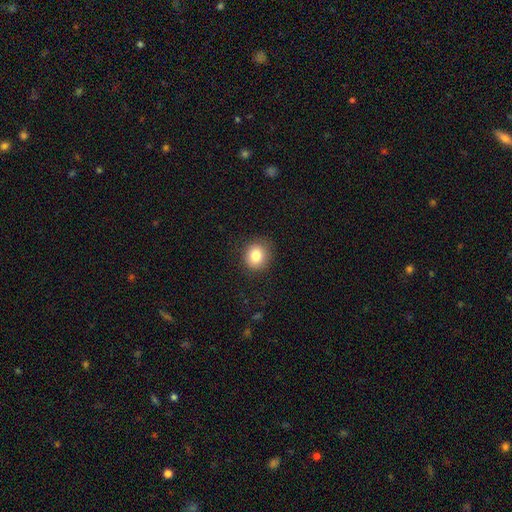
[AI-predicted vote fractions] Morphology: type=smooth (82%); roundness=round (78%); merging=none (87%).